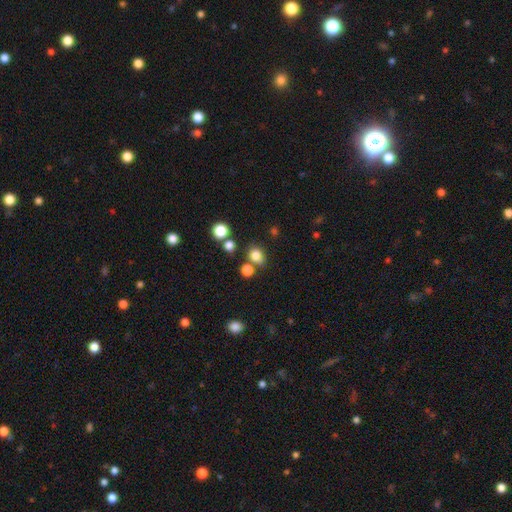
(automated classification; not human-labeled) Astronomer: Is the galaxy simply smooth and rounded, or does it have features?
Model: smooth — 80%.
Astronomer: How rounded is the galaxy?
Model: round — 65%.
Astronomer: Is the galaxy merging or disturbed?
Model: none — 70%.